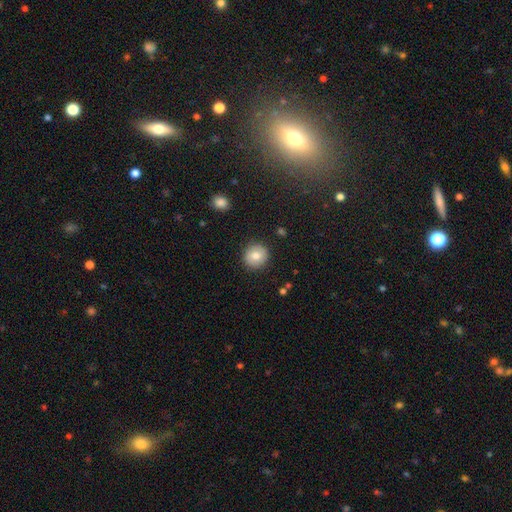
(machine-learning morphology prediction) Smooth or featured: smooth — 78% (featured or disk — 14%)
How rounded: round — 92% (in between — 7%)
Merging: none — 90% (minor disturbance — 7%)